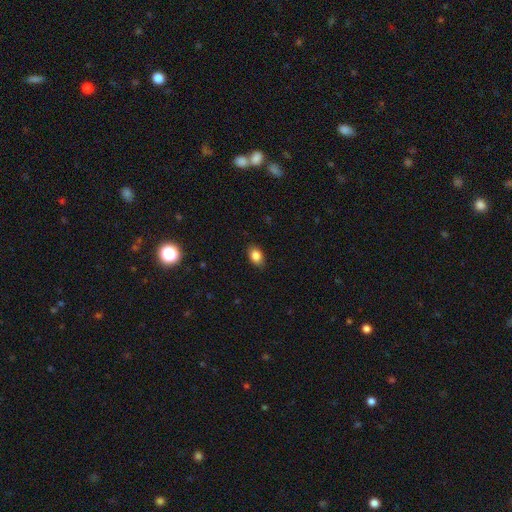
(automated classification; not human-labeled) A smooth galaxy with no disk features (86%) that is in between round and cigar-shaped (81%).

Vote fractions:
- Smooth or featured? smooth: 86% / star or artifact: 9% / featured or disk: 6%
- How rounded? in between: 81% / round: 18% / cigar-shaped: 2%
- Merging? none: 85% / minor disturbance: 12% / major disturbance: 2% / merger: 1%